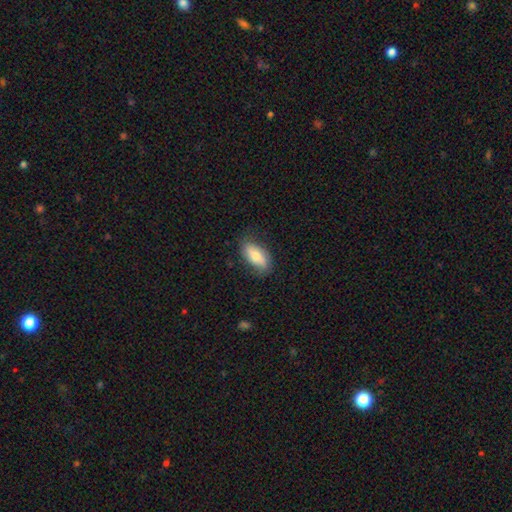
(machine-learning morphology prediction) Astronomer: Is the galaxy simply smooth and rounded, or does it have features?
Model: smooth — 72%.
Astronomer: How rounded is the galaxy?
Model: in between — 88%.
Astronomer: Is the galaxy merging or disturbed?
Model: none — 76%.